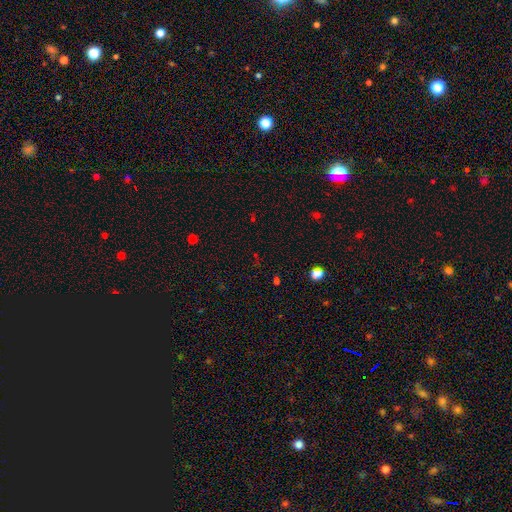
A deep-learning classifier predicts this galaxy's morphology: Smooth or featured? Predicted: star or artifact (p=0.63).